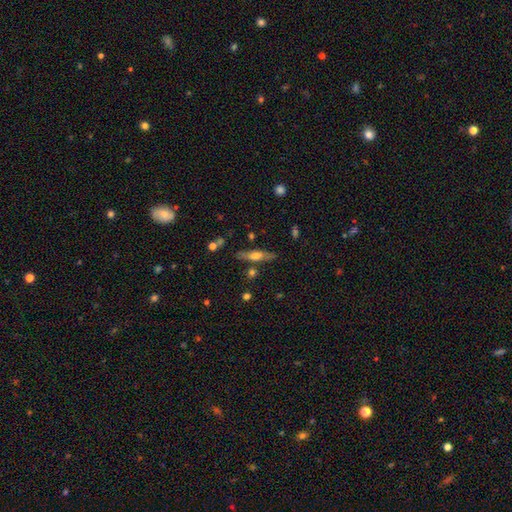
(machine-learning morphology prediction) type=smooth (48%); merging=none (78%).